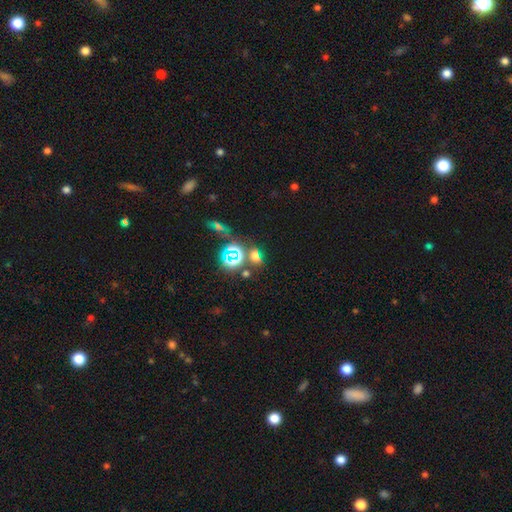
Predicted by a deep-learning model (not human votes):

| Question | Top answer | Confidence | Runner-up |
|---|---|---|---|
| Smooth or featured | star or artifact | 48% | smooth (43%) |